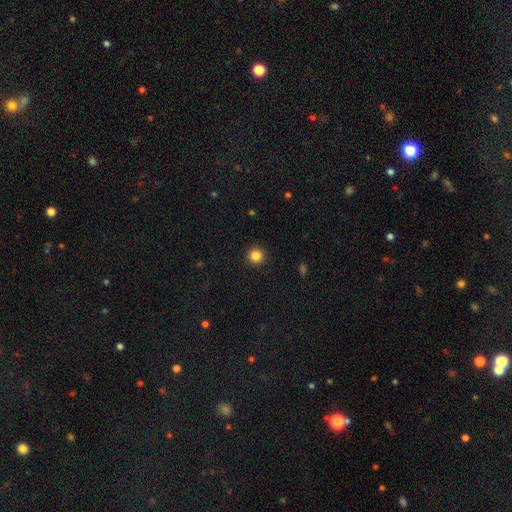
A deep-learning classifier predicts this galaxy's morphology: Smooth or featured? Predicted: smooth (p=0.85). How rounded? Predicted: round (p=0.96). Merging? Predicted: none (p=0.93).